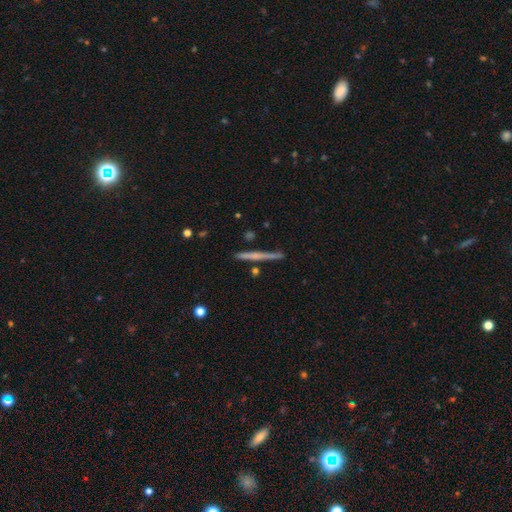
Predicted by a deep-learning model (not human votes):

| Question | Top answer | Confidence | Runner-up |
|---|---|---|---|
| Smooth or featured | featured or disk | 51% | smooth (43%) |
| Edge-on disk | yes | 97% | no (3%) |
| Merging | none | 88% | minor disturbance (8%) |